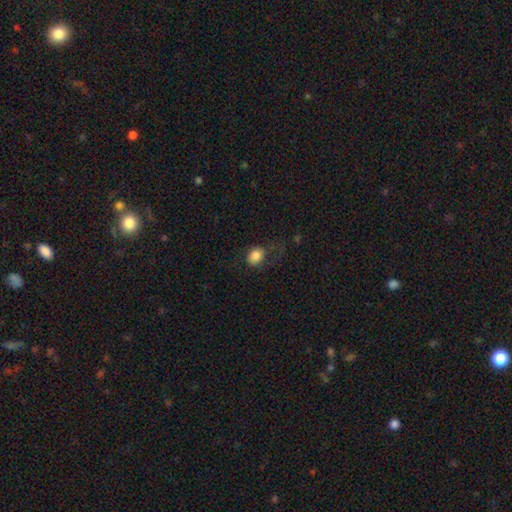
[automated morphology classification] smooth-or-featured: smooth: 83% | star or artifact: 9% | featured or disk: 7%
  how-rounded: in between: 53% | round: 46% | cigar-shaped: 1%
  merging: none: 57% | minor disturbance: 21% | major disturbance: 20% | merger: 2%